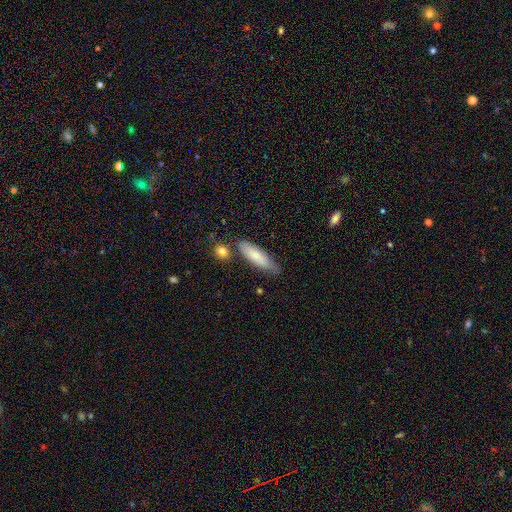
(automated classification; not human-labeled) Q: Smooth or featured?
A: smooth (78%); runner-up: featured or disk (16%)
Q: How rounded?
A: cigar-shaped (61%); runner-up: in between (37%)
Q: Merging?
A: none (73%); runner-up: minor disturbance (18%)